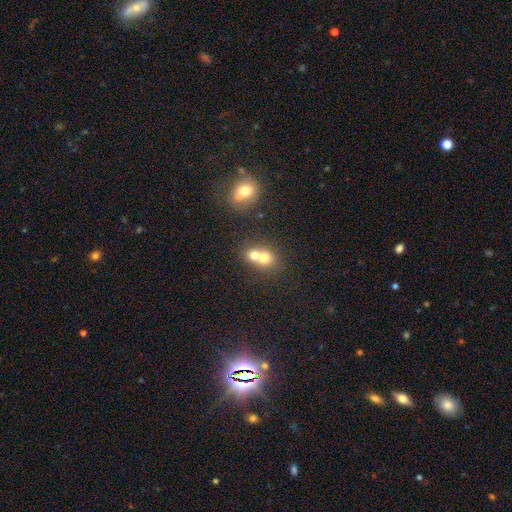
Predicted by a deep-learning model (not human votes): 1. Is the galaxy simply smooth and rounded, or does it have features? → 70% smooth, 18% featured or disk, 12% star or artifact.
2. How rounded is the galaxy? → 68% round, 31% in between, 1% cigar-shaped.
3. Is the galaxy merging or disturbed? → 68% merger, 24% none, 5% minor disturbance, 3% major disturbance.